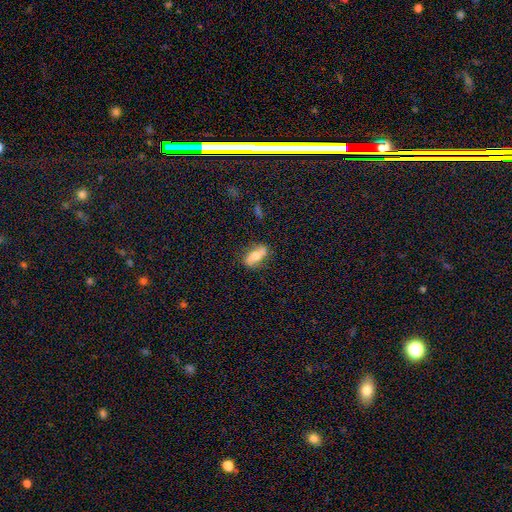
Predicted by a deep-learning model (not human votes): The model was most divided on "smooth or featured": smooth: 51%, featured or disk: 41%, star or artifact: 8%. More confident: how rounded — in between (77%); merging — none (74%).